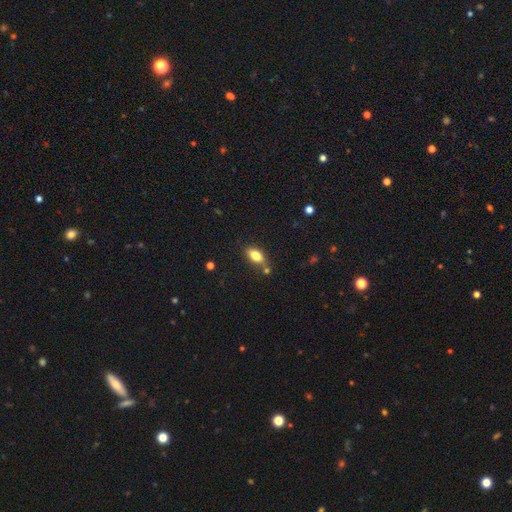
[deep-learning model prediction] Smooth or featured: smooth — 77% (featured or disk — 14%)
How rounded: in between — 86% (cigar-shaped — 9%)
Merging: none — 72% (minor disturbance — 16%)